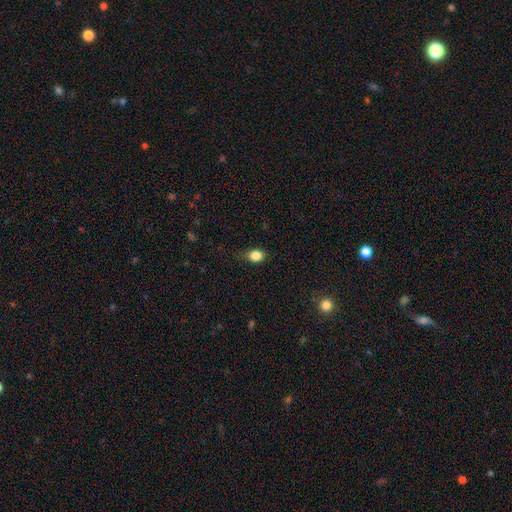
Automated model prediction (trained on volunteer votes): Morphology: type=smooth (84%); roundness=round (51%); merging=none (73%).